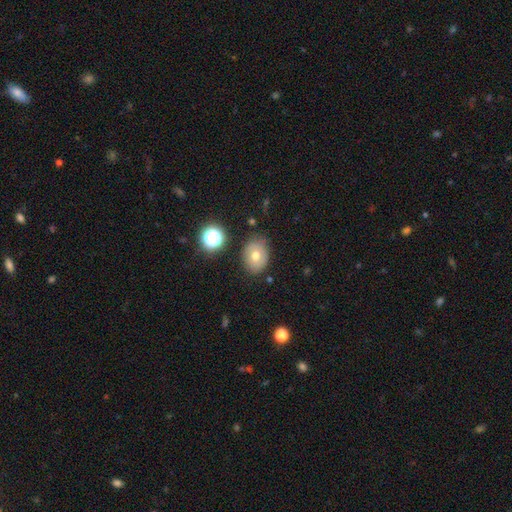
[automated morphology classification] smooth 66%, featured or disk 22%, star or artifact 12%. Down the decision tree: how rounded — in between (60%); merging — none (77%).